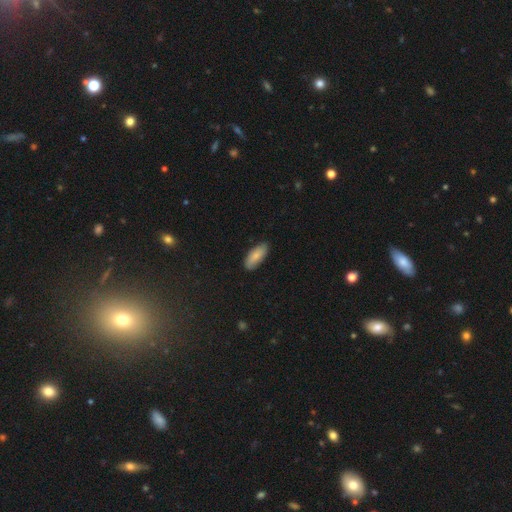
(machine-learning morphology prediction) smooth_or_featured: smooth (p=0.79) [alt: featured or disk p=0.14]
how_rounded: in between (p=0.81) [alt: cigar-shaped p=0.17]
merging: none (p=0.83) [alt: minor disturbance p=0.14]